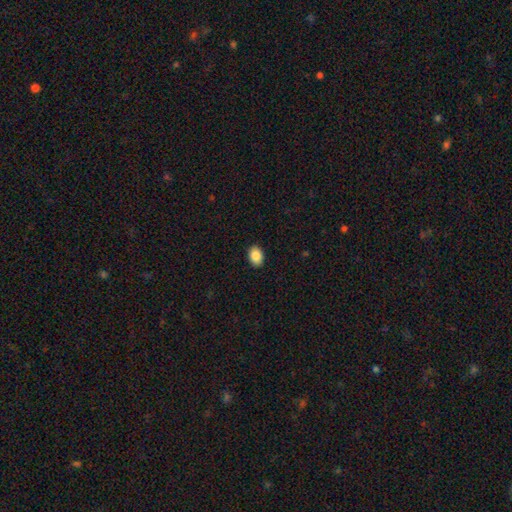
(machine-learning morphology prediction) smooth_or_featured: smooth (p=0.87) [alt: star or artifact p=0.08]
how_rounded: in between (p=0.79) [alt: round p=0.20]
merging: none (p=0.90) [alt: minor disturbance p=0.07]